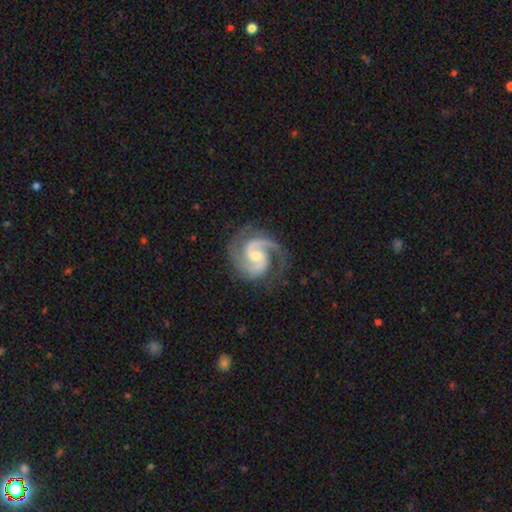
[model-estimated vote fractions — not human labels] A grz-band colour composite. It shows a featured or disk galaxy (93%) with no bar (47%), 2 (77%) medium (53%) spiral arms (99%) and a small central bulge (49%). Merging: none (76%).